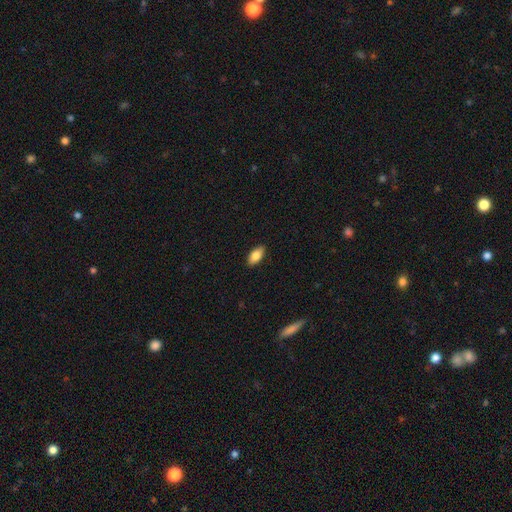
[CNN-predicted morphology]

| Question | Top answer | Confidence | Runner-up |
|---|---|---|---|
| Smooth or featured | smooth | 84% | featured or disk (10%) |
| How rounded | in between | 91% | cigar-shaped (6%) |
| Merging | none | 89% | minor disturbance (8%) |